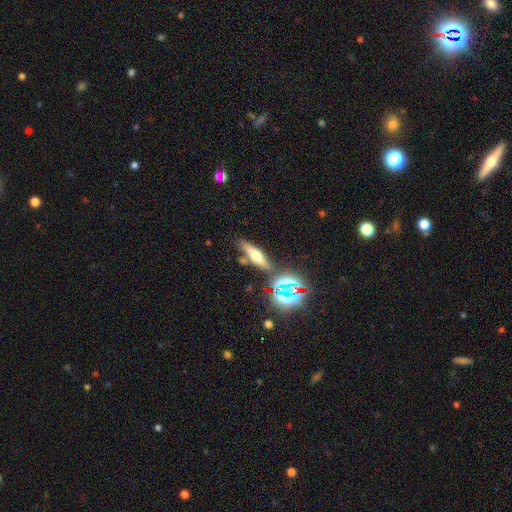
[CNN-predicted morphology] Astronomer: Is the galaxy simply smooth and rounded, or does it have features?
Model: smooth — 47% (runner-up: featured or disk, 33%).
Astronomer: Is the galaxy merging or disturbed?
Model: none — 76%.